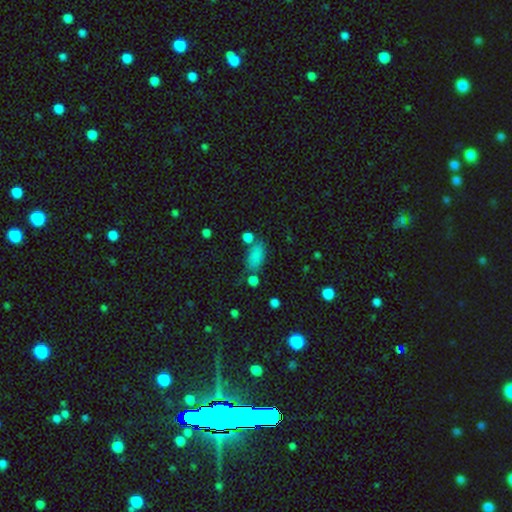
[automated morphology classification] Smooth or featured? smooth (80%)
How rounded? in between (88%)
Merging? none (61%)